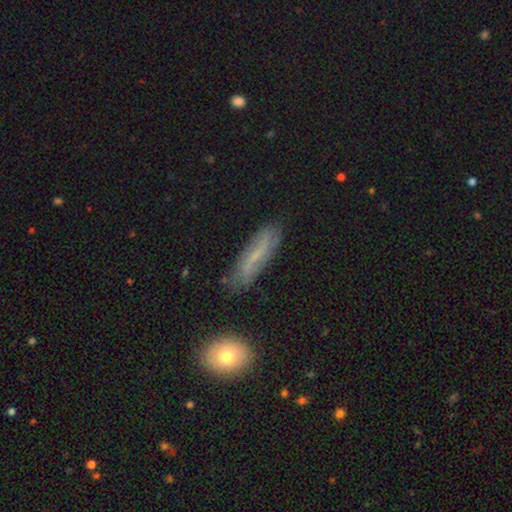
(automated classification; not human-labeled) A featured or disk galaxy (47%).

Vote fractions:
- Smooth or featured? featured or disk: 47% / smooth: 43% / star or artifact: 10%
- Merging? none: 76% / minor disturbance: 18% / major disturbance: 4% / merger: 2%